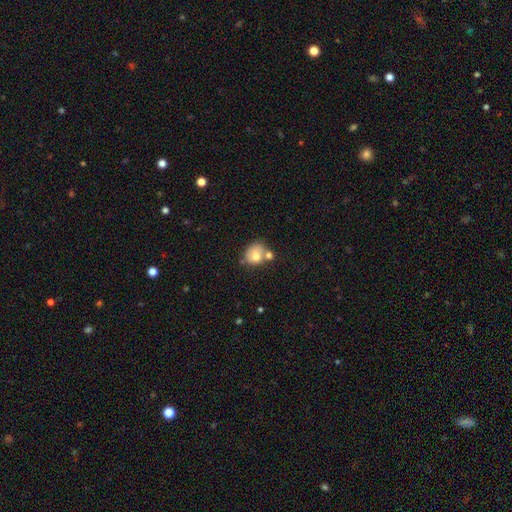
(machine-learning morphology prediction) type=smooth (73%); roundness=round (65%); merging=none (44%).